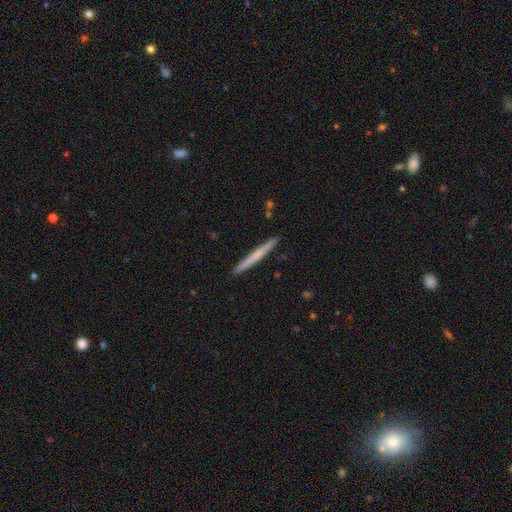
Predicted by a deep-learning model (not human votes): smooth 49%, featured or disk 46%, star or artifact 5%. Down the decision tree: merging — none (92%).